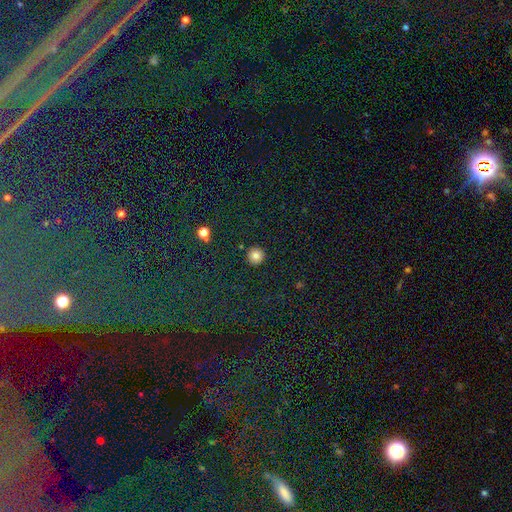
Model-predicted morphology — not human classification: The model was most divided on "smooth or featured": smooth: 83%, star or artifact: 11%, featured or disk: 6%. More confident: how rounded — round (96%); merging — none (92%).